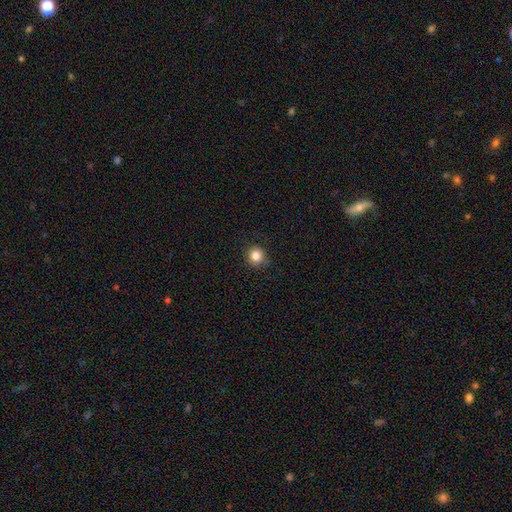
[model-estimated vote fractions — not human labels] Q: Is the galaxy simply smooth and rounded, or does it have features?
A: smooth — 84%.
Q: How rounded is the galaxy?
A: round — 92%.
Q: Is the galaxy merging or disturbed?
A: none — 86%.